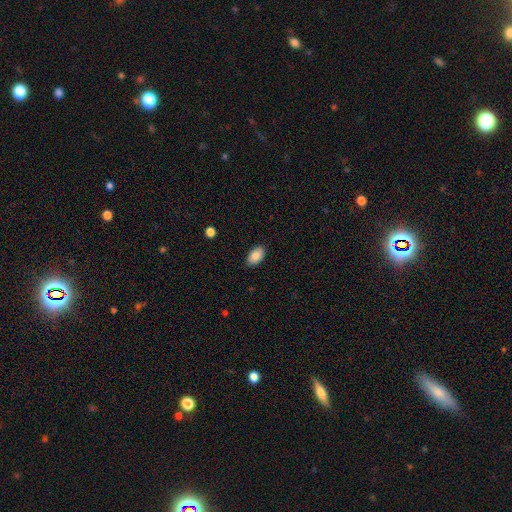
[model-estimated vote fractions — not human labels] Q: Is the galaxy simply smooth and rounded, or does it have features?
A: smooth — 88%.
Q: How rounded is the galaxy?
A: in between — 94%.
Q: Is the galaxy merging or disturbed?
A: none — 88%.